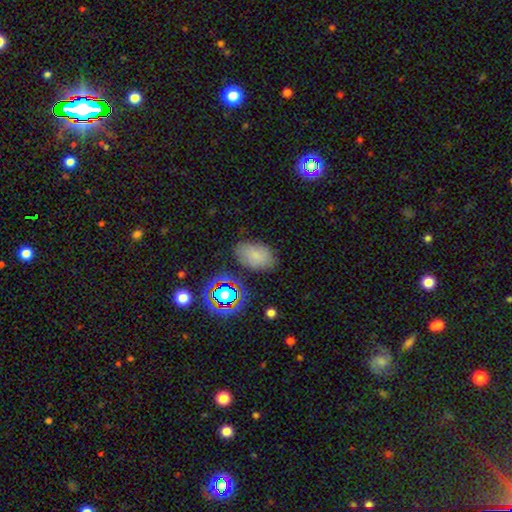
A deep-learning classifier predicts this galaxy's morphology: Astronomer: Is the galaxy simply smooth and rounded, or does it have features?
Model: smooth — 71%.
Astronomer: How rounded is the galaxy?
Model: in between — 88%.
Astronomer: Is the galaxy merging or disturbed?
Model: none — 75%.